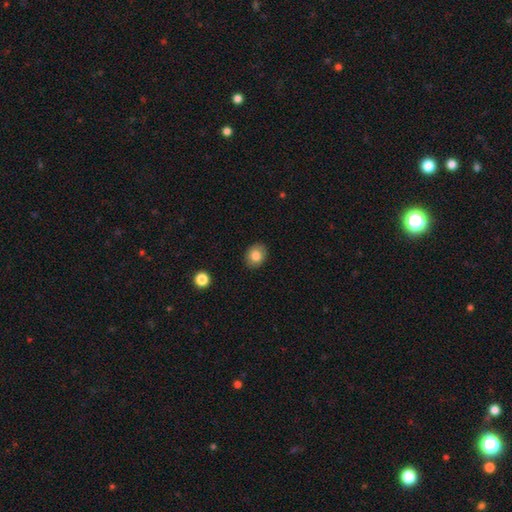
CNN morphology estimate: Q: Smooth or featured?
A: smooth (81%); runner-up: featured or disk (10%)
Q: How rounded?
A: round (51%); runner-up: in between (48%)
Q: Merging?
A: none (88%); runner-up: minor disturbance (9%)